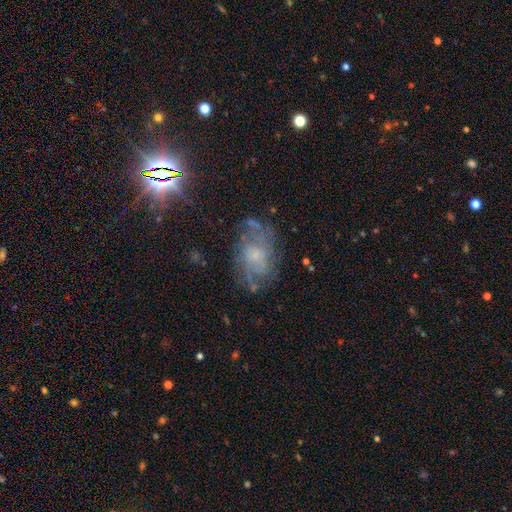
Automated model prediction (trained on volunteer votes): Smooth or featured? featured or disk (65%)
Edge-on disk? no (95%)
Bar? no (74%)
Spiral arms? yes (80%)
Bulge size? small (48%)
Merging? none (65%)